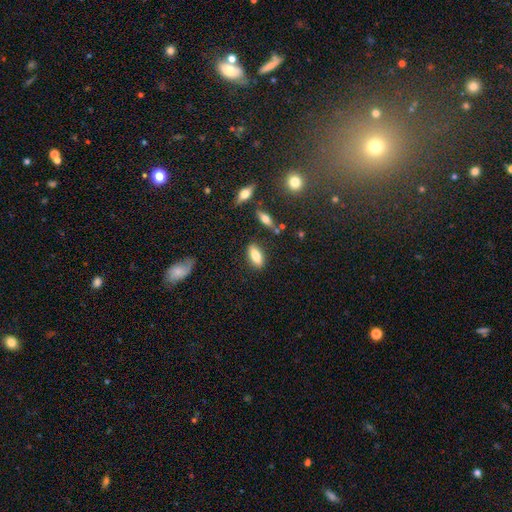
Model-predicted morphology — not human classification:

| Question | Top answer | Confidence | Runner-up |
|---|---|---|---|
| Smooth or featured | smooth | 79% | featured or disk (13%) |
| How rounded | in between | 81% | cigar-shaped (16%) |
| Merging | none | 82% | minor disturbance (12%) |